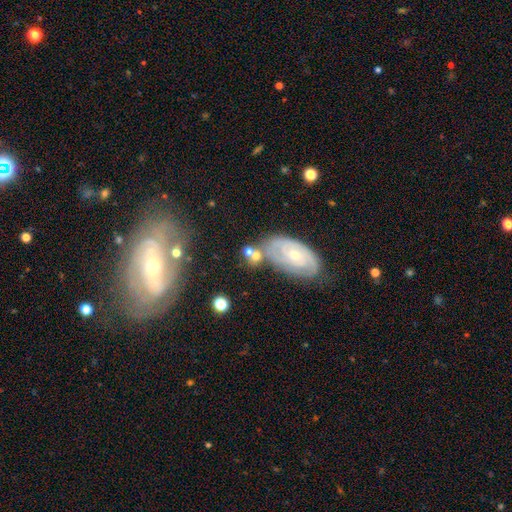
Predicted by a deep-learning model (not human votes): Smooth or featured? smooth (51%)
How rounded? round (55%)
Merging? none (53%)